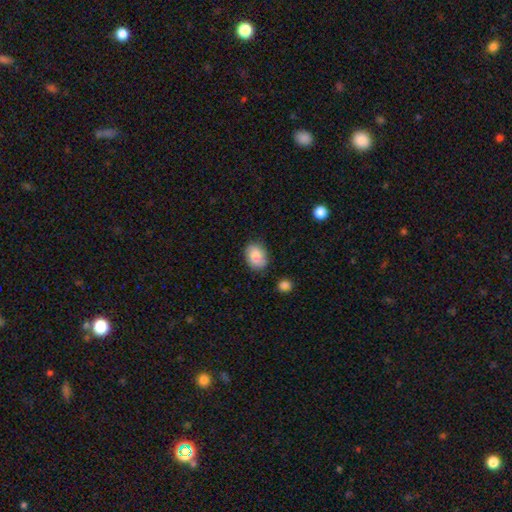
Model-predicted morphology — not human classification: Smooth or featured: smooth — 81% (featured or disk — 12%)
How rounded: in between — 64% (round — 36%)
Merging: none — 80% (minor disturbance — 15%)